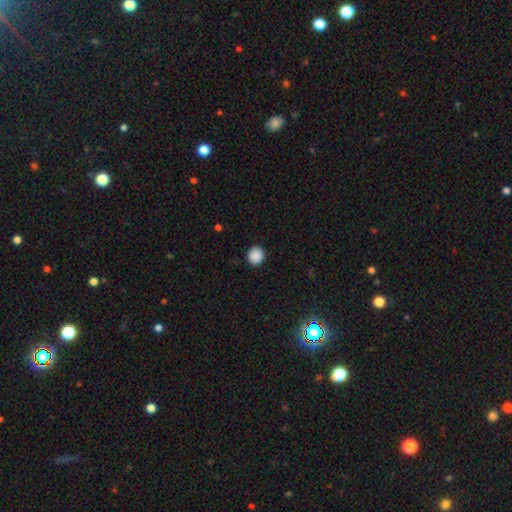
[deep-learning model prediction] smooth 89%, star or artifact 9%, featured or disk 2%. Down the decision tree: how rounded — round (89%); merging — none (91%).